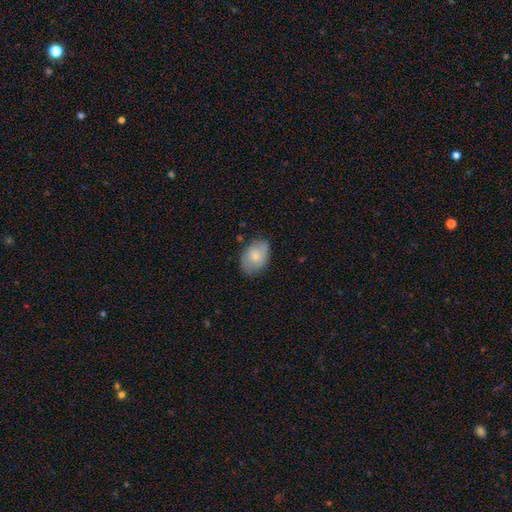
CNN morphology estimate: smooth_or_featured: smooth (p=0.73) [alt: featured or disk p=0.21]
how_rounded: in between (p=0.79) [alt: round p=0.20]
merging: none (p=0.69) [alt: minor disturbance p=0.24]